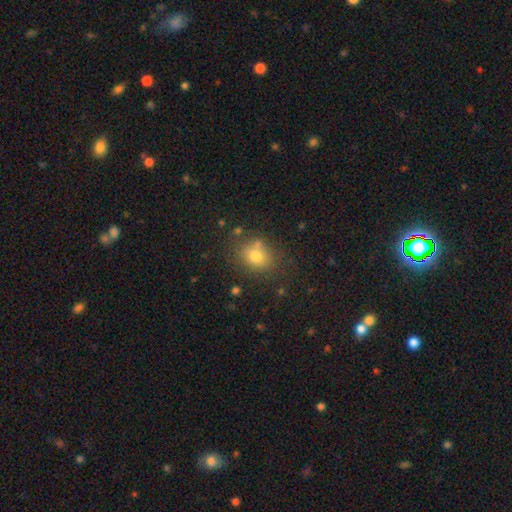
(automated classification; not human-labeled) This appears to be a smooth galaxy with no disk features (76%) that is round (60%). Merging: none (73%).